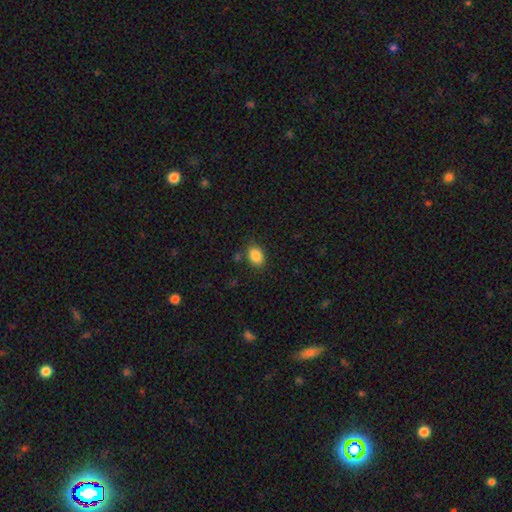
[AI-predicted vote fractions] Overall: smooth (87%). How rounded: in between (72%). Merging: none (80%).